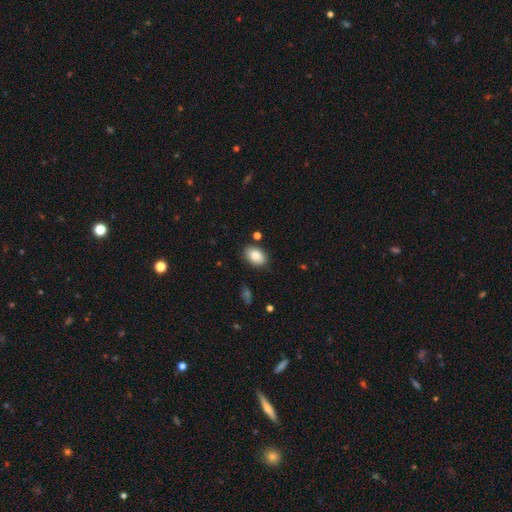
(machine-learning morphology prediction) Q: Smooth or featured?
A: smooth (85%); runner-up: featured or disk (8%)
Q: How rounded?
A: in between (85%); runner-up: round (14%)
Q: Merging?
A: none (84%); runner-up: minor disturbance (10%)